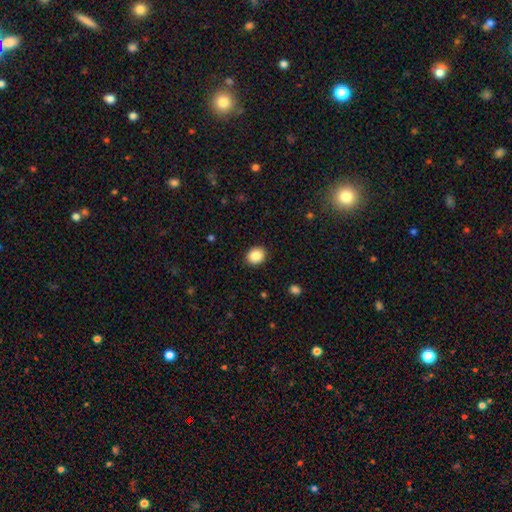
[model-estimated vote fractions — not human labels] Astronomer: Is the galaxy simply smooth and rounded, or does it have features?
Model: smooth — 87%.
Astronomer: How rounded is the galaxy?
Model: round — 60% (runner-up: in between, 40%).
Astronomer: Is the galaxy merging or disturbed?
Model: none — 91%.